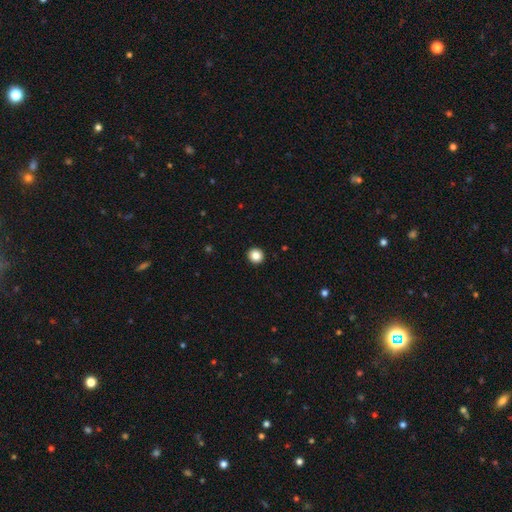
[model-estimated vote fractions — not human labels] Smooth or featured: smooth — 85% (star or artifact — 10%)
How rounded: round — 93% (in between — 6%)
Merging: none — 94% (minor disturbance — 4%)